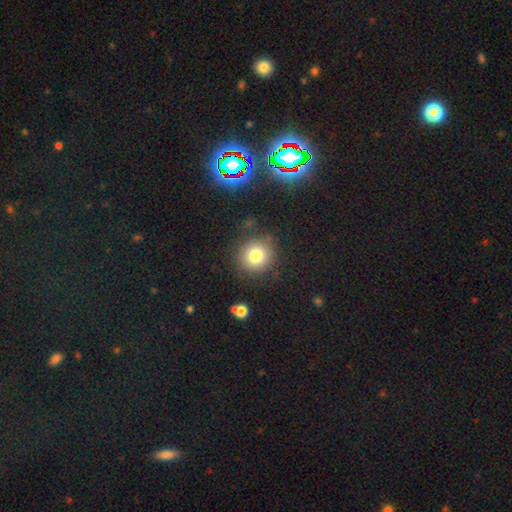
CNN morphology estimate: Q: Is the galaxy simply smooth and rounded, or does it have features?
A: smooth — 80%.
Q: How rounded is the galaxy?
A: round — 90%.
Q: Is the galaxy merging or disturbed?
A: none — 85%.